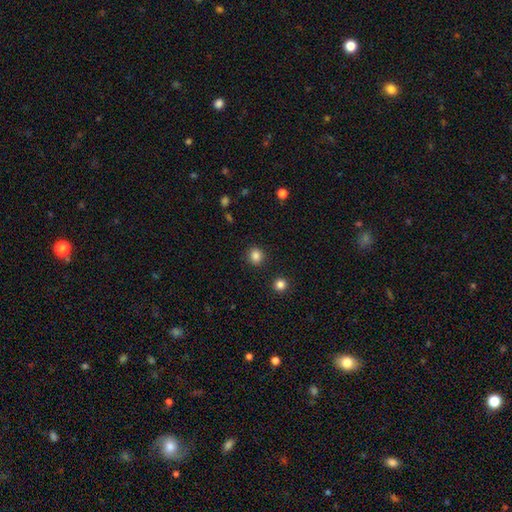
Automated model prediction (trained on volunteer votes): Q: Smooth or featured?
A: smooth (86%); runner-up: star or artifact (11%)
Q: How rounded?
A: round (86%); runner-up: in between (13%)
Q: Merging?
A: none (91%); runner-up: minor disturbance (6%)